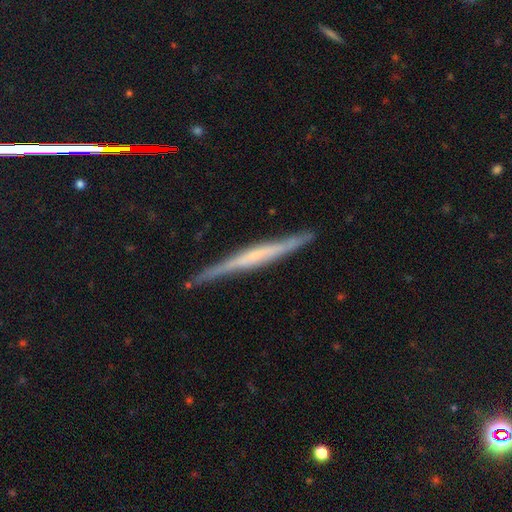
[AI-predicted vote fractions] Morphology: type=featured or disk (68%); edge-on=yes (96%); edge-on bulge=none (58%); merging=none (83%).